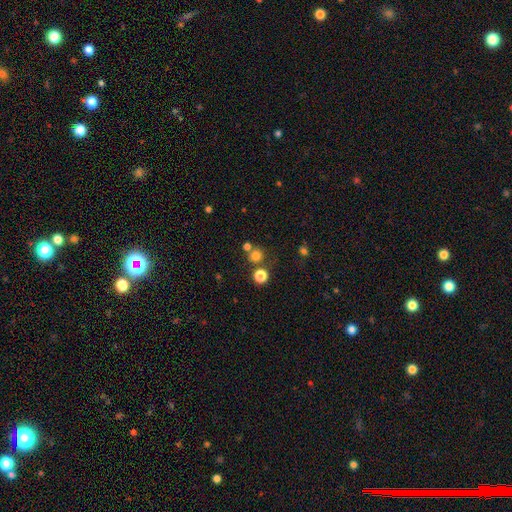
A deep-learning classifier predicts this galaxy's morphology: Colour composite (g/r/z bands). It shows a smooth galaxy with no disk features (74%) that is round (91%). Merging: none (69%).